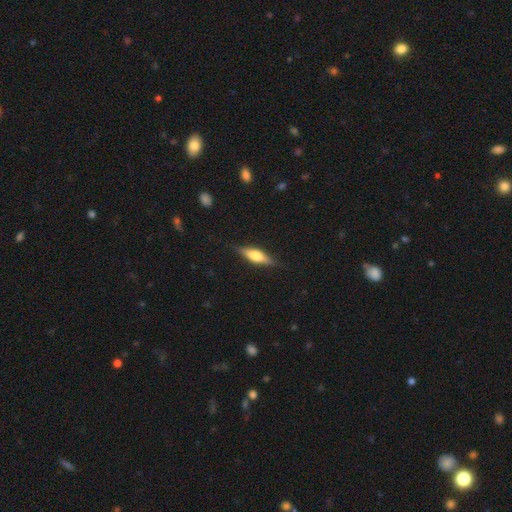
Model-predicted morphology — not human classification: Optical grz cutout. It shows a smooth galaxy with no disk features (52%) that is cigar-shaped (54%). Merging: none (84%).